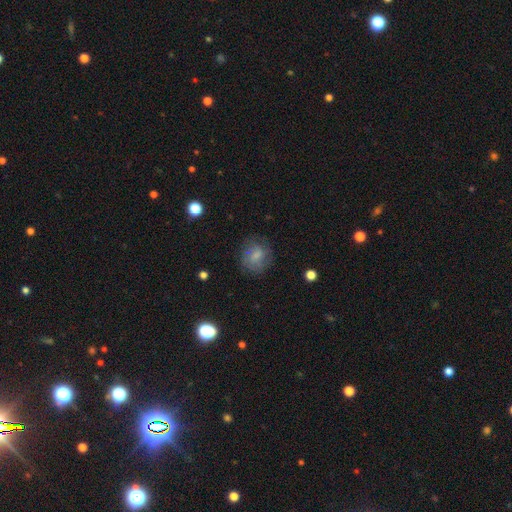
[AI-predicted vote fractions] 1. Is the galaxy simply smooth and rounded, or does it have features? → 62% smooth, 27% featured or disk, 11% star or artifact.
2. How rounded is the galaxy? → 72% round, 27% in between, 1% cigar-shaped.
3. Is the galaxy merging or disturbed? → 70% none, 19% minor disturbance, 10% major disturbance, 2% merger.